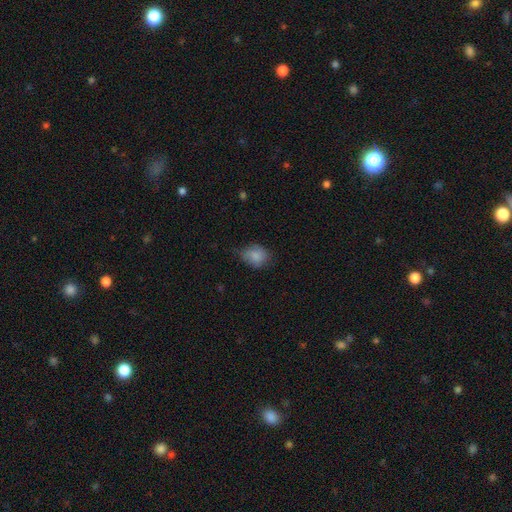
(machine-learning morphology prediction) smooth 83%, featured or disk 8%, star or artifact 8%. Down the decision tree: how rounded — in between (53%); merging — none (61%).